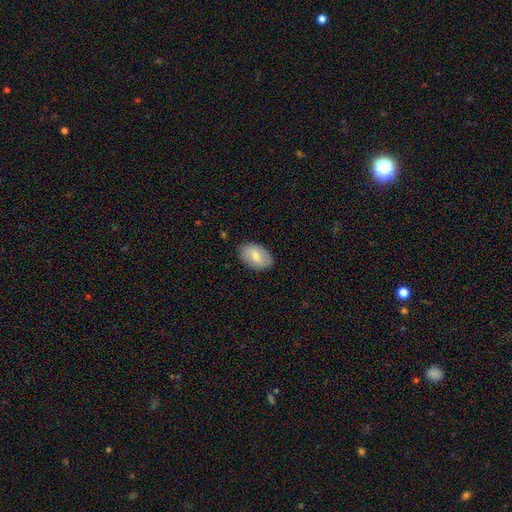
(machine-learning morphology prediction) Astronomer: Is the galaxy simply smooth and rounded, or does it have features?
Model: smooth — 66%.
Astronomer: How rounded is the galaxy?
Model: in between — 91%.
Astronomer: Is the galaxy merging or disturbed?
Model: none — 84%.